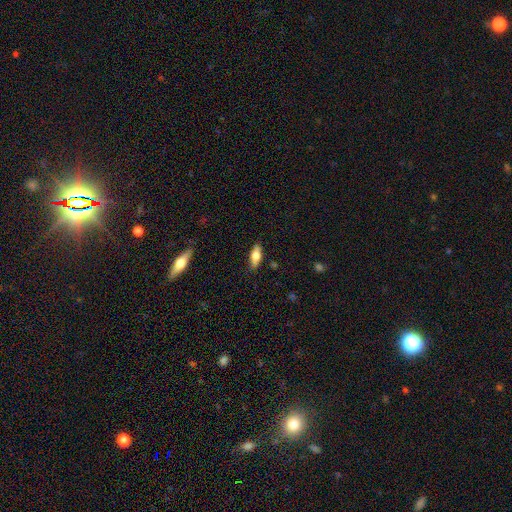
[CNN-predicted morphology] smooth_or_featured: smooth (p=0.68) [alt: featured or disk p=0.25]
how_rounded: in between (p=0.70) [alt: cigar-shaped p=0.28]
merging: none (p=0.86) [alt: minor disturbance p=0.10]